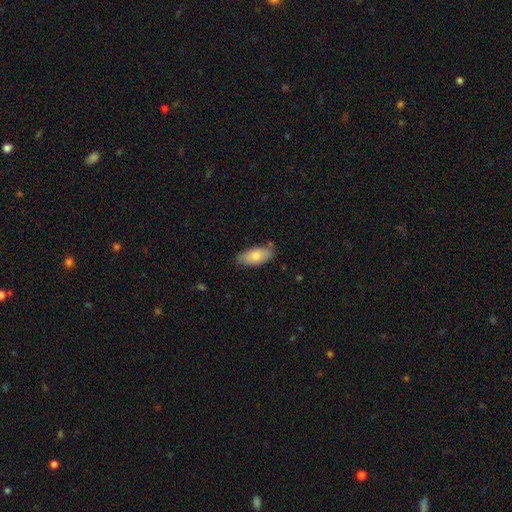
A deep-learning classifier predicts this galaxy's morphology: The model was most divided on "merging": none: 74%, minor disturbance: 20%, major disturbance: 3%, merger: 3%. More confident: how rounded — in between (89%); smooth or featured — smooth (76%).